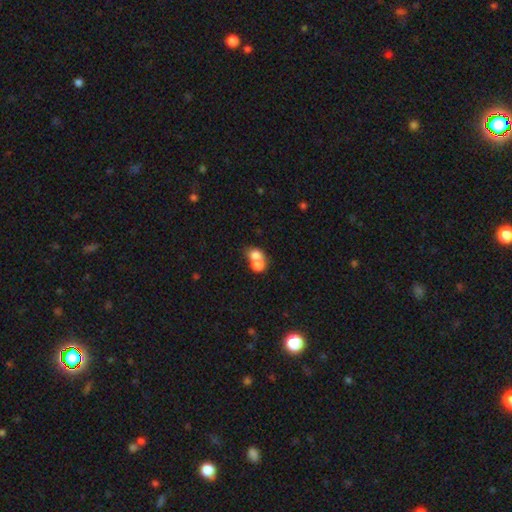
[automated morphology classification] Smooth or featured: smooth — 74% (featured or disk — 16%)
How rounded: round — 61% (in between — 38%)
Merging: merger — 68% (none — 23%)